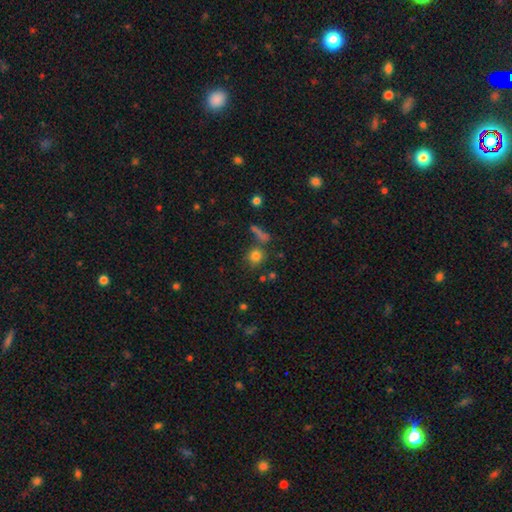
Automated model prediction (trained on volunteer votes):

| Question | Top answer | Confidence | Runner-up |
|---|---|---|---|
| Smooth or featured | smooth | 79% | star or artifact (13%) |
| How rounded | round | 85% | in between (13%) |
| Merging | none | 72% | merger (14%) |